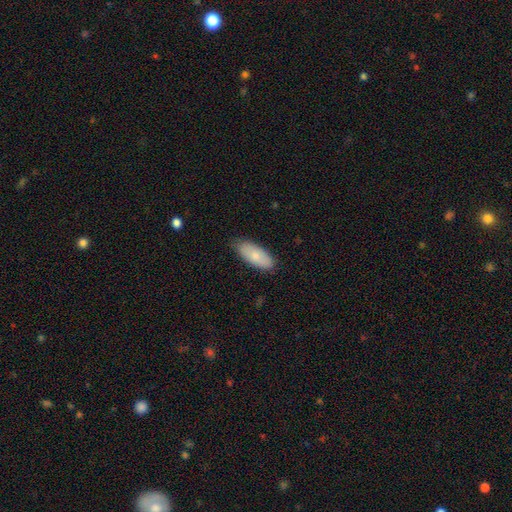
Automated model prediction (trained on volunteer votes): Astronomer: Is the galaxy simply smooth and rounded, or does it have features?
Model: smooth — 78%.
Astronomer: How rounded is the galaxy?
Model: in between — 83%.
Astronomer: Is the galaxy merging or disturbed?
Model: none — 82%.